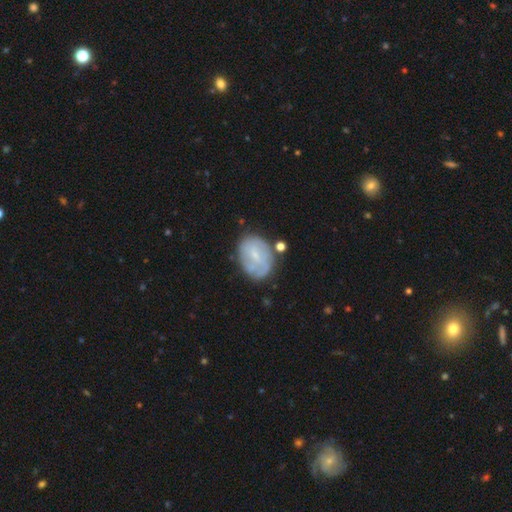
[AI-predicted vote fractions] smooth_or_featured: featured or disk (p=0.51) [alt: smooth p=0.41]
disk_edge_on: no (p=0.97) [alt: yes p=0.03]
merging: none (p=0.59) [alt: minor disturbance p=0.24]